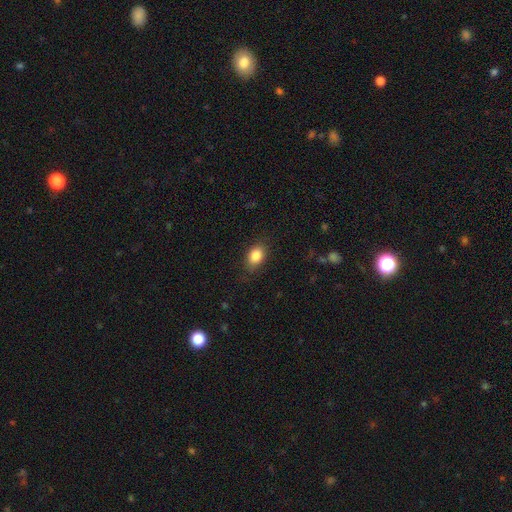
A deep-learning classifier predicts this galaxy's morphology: Smooth or featured? Predicted: smooth (p=0.86). How rounded? Predicted: in between (p=0.80). Merging? Predicted: none (p=0.81).